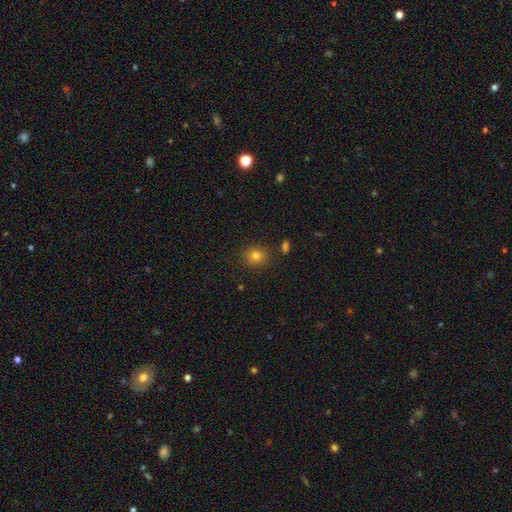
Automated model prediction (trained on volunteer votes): This is likely a smooth galaxy (79%). How rounded: likely round (80%). Merging: clearly none (86%).